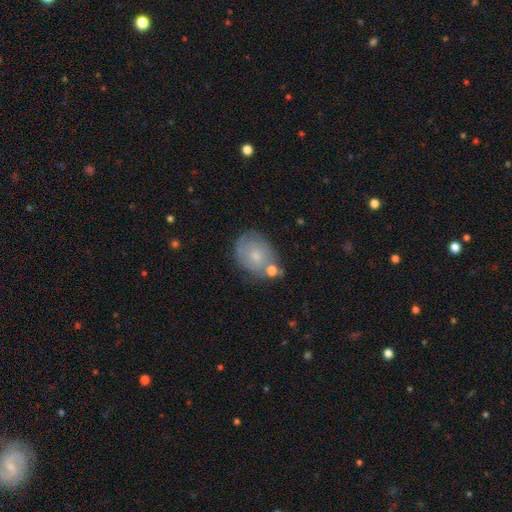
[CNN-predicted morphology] smooth 57%, featured or disk 34%, star or artifact 9%. Down the decision tree: how rounded — in between (52%); merging — none (59%).